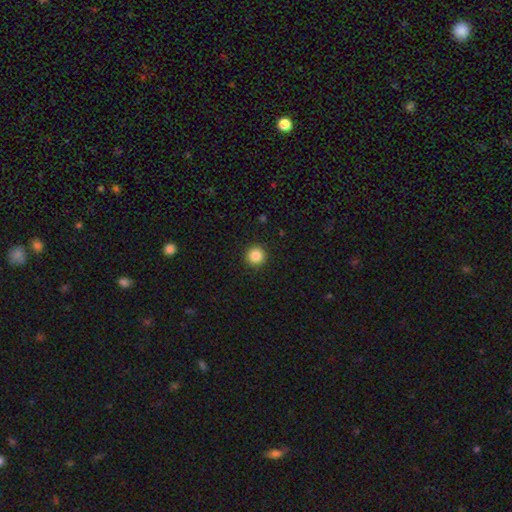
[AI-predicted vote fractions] Q: Smooth or featured?
A: smooth (87%); runner-up: star or artifact (10%)
Q: How rounded?
A: round (96%); runner-up: in between (3%)
Q: Merging?
A: none (93%); runner-up: minor disturbance (4%)